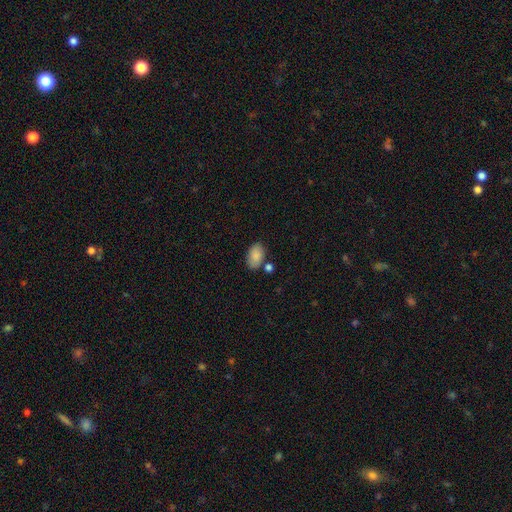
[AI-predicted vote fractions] Smooth or featured?
  - smooth: 87% *
  - star or artifact: 7%
  - featured or disk: 6%
How rounded?
  - in between: 92% *
  - round: 7%
  - cigar-shaped: 1%
Merging?
  - none: 74% *
  - minor disturbance: 14%
  - merger: 9%
  - major disturbance: 3%